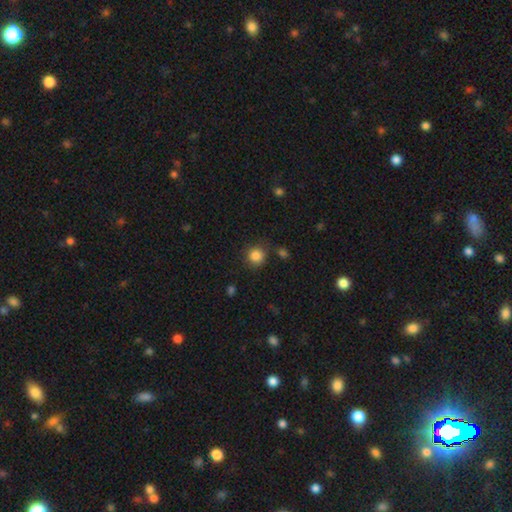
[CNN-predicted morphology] The model was most divided on "merging": none: 81%, minor disturbance: 12%, major disturbance: 4%, merger: 4%. More confident: how rounded — round (90%); smooth or featured — smooth (85%).